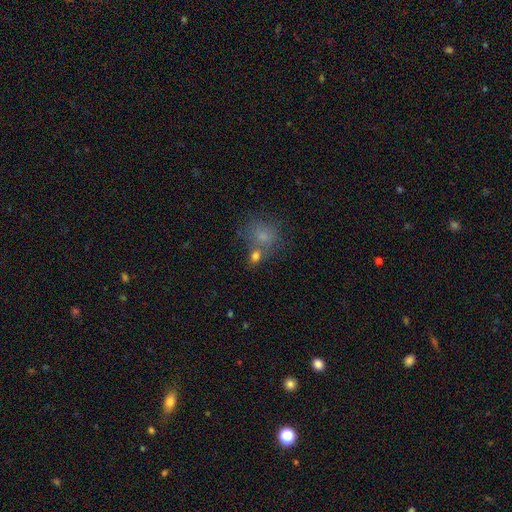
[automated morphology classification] smooth_or_featured: smooth (p=0.74) [alt: star or artifact p=0.14]
how_rounded: round (p=0.55) [alt: in between p=0.43]
merging: none (p=0.47) [alt: merger p=0.32]